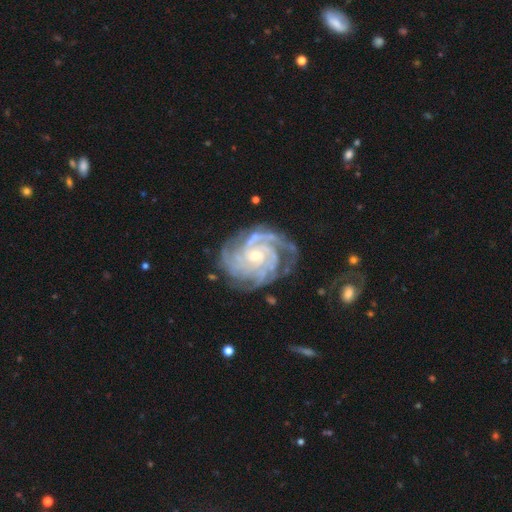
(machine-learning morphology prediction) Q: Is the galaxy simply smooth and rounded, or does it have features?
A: featured or disk — 91%.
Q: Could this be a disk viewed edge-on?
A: no — 98%.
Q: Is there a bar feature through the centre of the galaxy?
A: no — 69%.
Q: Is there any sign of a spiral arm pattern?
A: yes — 98%.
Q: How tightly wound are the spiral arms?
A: tight — 76%.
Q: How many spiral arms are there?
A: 4 — 28%.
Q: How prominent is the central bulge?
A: small — 56%.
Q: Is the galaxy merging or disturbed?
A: none — 74%.